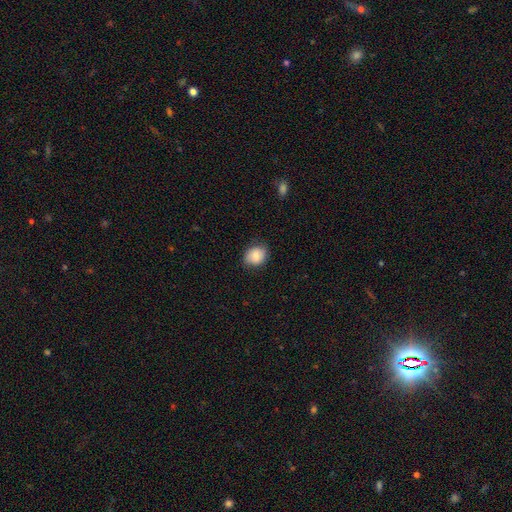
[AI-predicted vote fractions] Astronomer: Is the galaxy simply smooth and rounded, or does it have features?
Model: smooth — 82%.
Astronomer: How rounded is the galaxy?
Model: round — 56% (runner-up: in between, 43%).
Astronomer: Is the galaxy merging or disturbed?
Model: none — 78%.